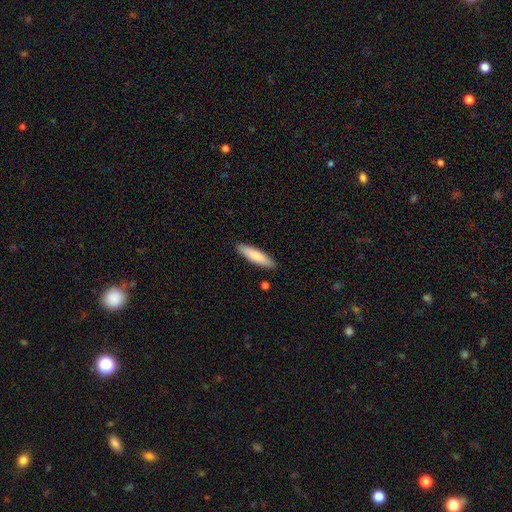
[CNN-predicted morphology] A smooth galaxy with no disk features (82%) that is cigar-shaped (72%).

Vote fractions:
- Smooth or featured? smooth: 82% / featured or disk: 13% / star or artifact: 5%
- How rounded? cigar-shaped: 72% / in between: 26% / round: 1%
- Merging? none: 89% / minor disturbance: 8% / merger: 2% / major disturbance: 2%